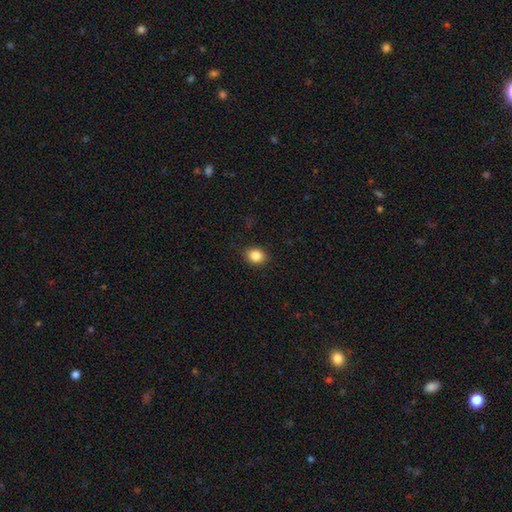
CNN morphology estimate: This is clearly a smooth galaxy (86%). How rounded: possibly in between (56%). Merging: clearly none (88%).